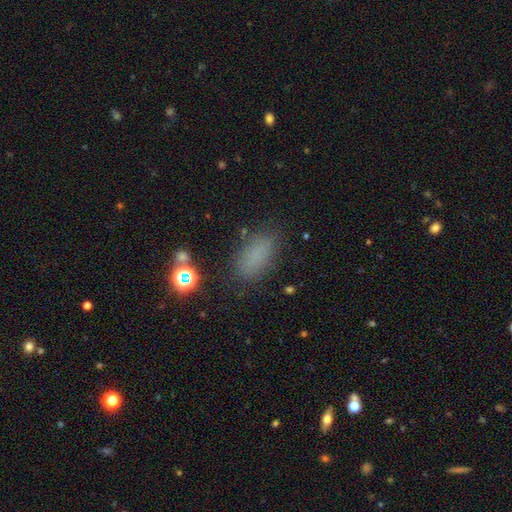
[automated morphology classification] Smooth or featured? smooth (76%)
How rounded? in between (86%)
Merging? none (80%)